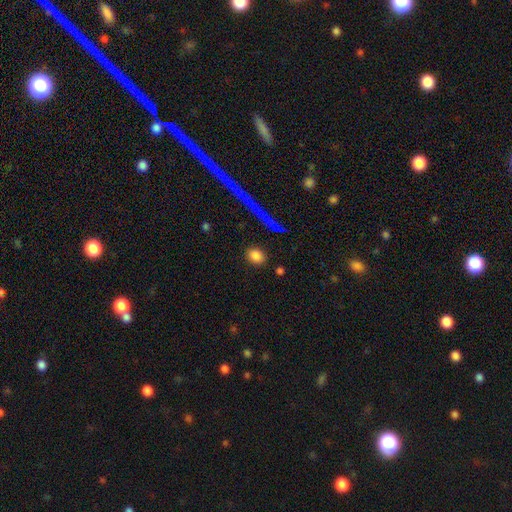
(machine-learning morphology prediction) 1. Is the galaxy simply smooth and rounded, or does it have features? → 84% smooth, 9% star or artifact, 7% featured or disk.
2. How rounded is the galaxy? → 49% round, 48% in between, 2% cigar-shaped.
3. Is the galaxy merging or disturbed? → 85% none, 9% minor disturbance, 3% major disturbance, 3% merger.